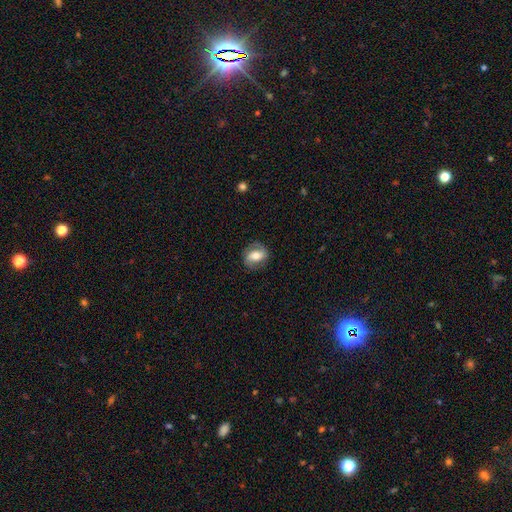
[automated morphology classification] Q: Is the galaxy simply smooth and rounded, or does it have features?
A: featured or disk — 54%.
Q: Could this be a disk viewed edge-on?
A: no — 95%.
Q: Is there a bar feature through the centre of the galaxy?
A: weak — 36%.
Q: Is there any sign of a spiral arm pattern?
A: yes — 77%.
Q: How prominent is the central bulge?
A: moderate — 63%.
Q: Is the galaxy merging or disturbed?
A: none — 79%.